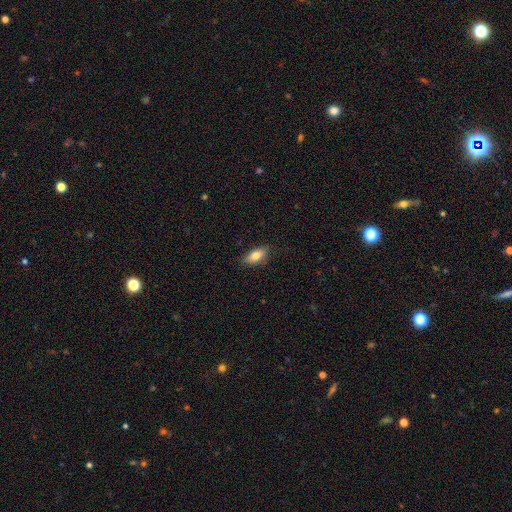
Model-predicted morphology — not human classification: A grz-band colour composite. It shows a smooth galaxy with no disk features (78%) that is in between round and cigar-shaped (84%). Merging: none (83%).